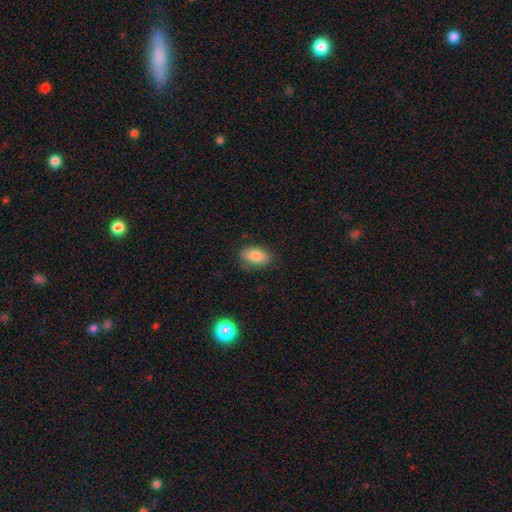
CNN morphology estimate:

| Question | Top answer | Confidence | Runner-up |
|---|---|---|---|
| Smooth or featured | smooth | 81% | featured or disk (11%) |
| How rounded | in between | 89% | round (9%) |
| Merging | none | 80% | minor disturbance (15%) |